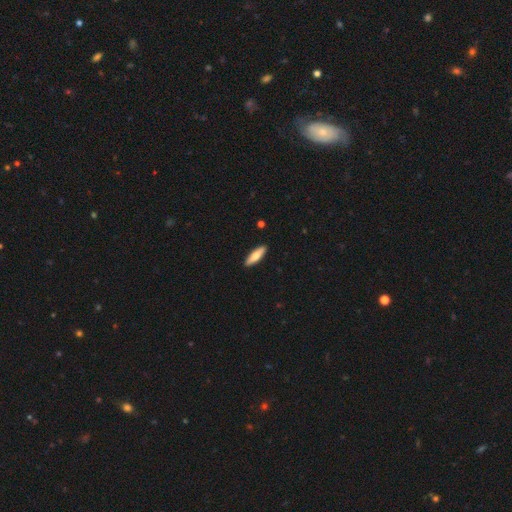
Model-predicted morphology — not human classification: Smooth or featured?
  - smooth: 75% *
  - featured or disk: 20%
  - star or artifact: 5%
How rounded?
  - cigar-shaped: 60% *
  - in between: 38%
  - round: 2%
Merging?
  - none: 91% *
  - minor disturbance: 7%
  - major disturbance: 1%
  - merger: 1%